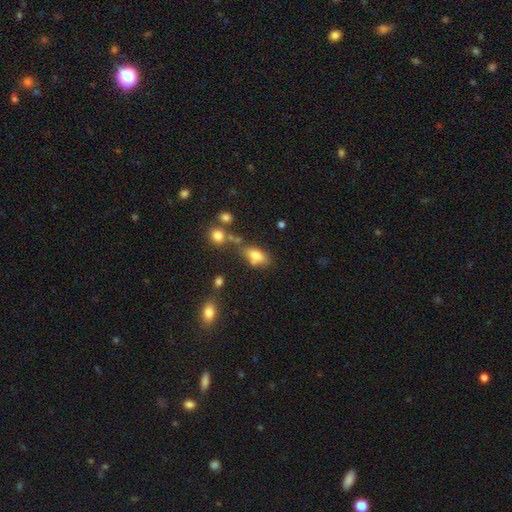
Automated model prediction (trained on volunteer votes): Q: Smooth or featured?
A: smooth (75%); runner-up: featured or disk (14%)
Q: How rounded?
A: in between (84%); runner-up: round (8%)
Q: Merging?
A: none (50%); runner-up: merger (21%)